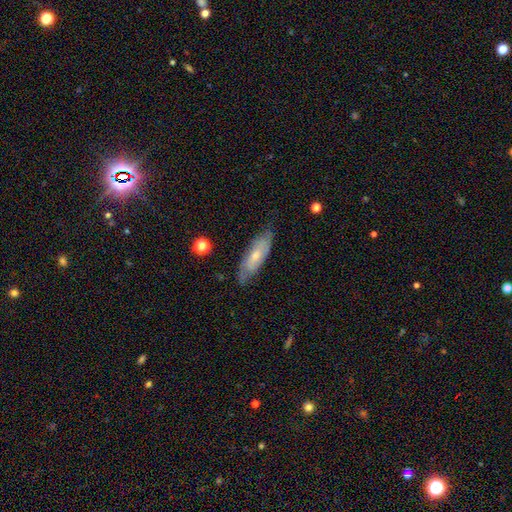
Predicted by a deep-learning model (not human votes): A featured or disk galaxy (56%). Merging: none (74%).